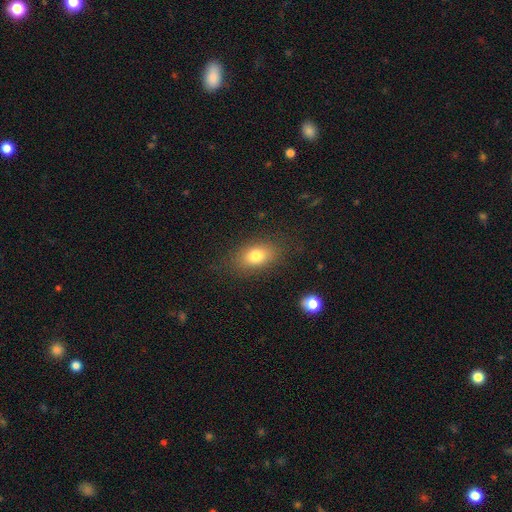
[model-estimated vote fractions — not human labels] A smooth galaxy with no disk features (78%) that is in between round and cigar-shaped (80%).

Vote fractions:
- Smooth or featured? smooth: 78% / featured or disk: 12% / star or artifact: 10%
- How rounded? in between: 80% / round: 17% / cigar-shaped: 2%
- Merging? none: 81% / minor disturbance: 12% / major disturbance: 5% / merger: 1%